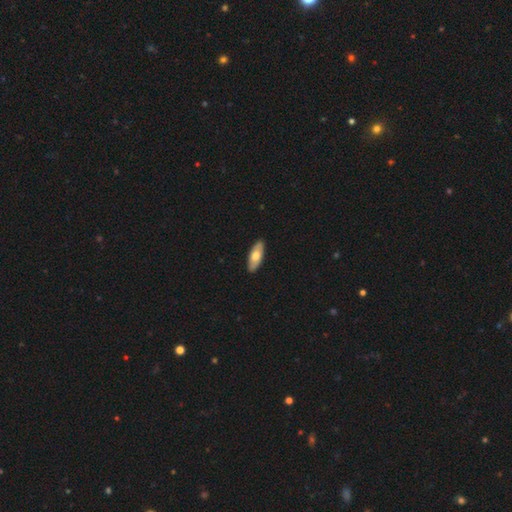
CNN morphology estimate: Smooth or featured: smooth — 67% (featured or disk — 28%)
How rounded: in between — 70% (cigar-shaped — 28%)
Merging: none — 91% (minor disturbance — 7%)